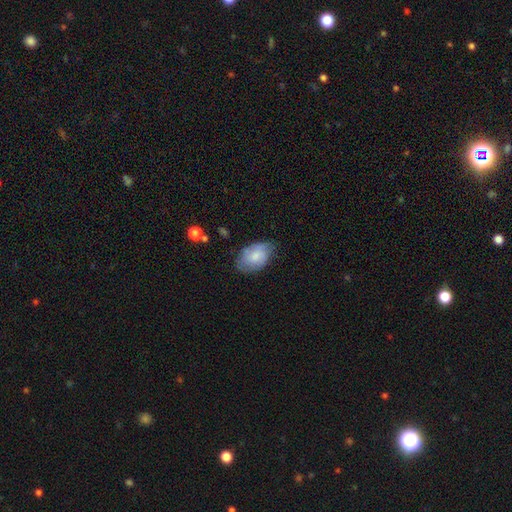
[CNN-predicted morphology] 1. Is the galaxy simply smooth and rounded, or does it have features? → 68% smooth, 25% featured or disk, 7% star or artifact.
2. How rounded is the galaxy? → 89% in between, 10% round, 1% cigar-shaped.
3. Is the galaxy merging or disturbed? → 60% none, 31% minor disturbance, 7% major disturbance, 2% merger.